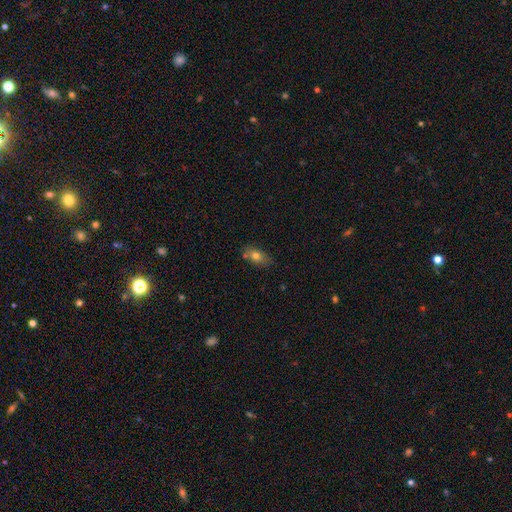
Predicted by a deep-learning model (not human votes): This is likely a smooth galaxy (74%). How rounded: clearly in between (83%). Merging: likely none (69%).